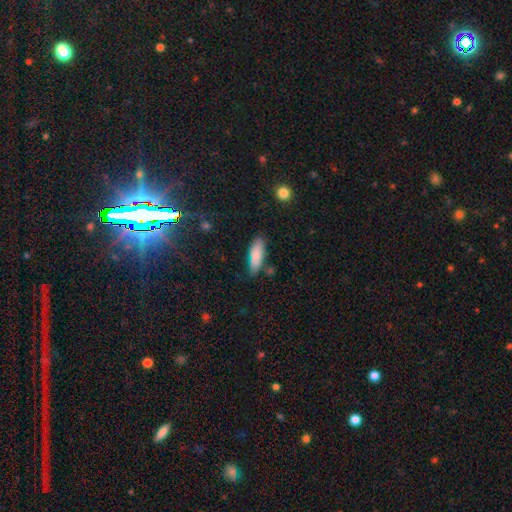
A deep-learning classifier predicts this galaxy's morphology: smooth 83%, featured or disk 11%, star or artifact 7%. Down the decision tree: how rounded — in between (61%); merging — none (76%).